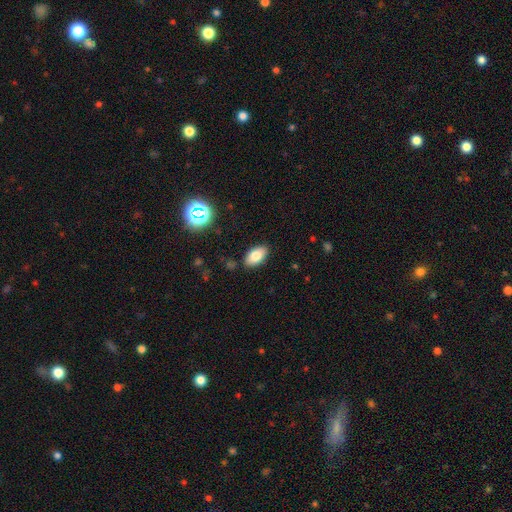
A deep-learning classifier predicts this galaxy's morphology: Smooth or featured? smooth (79%)
How rounded? in between (93%)
Merging? none (86%)